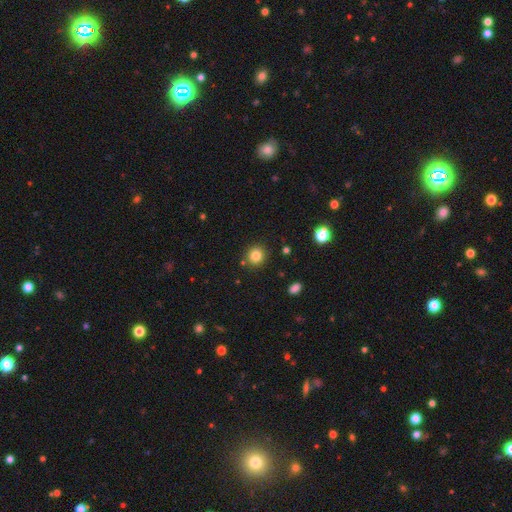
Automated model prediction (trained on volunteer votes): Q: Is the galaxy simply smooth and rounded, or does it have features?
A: smooth — 83%.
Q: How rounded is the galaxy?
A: round — 91%.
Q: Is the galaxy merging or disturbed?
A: none — 86%.